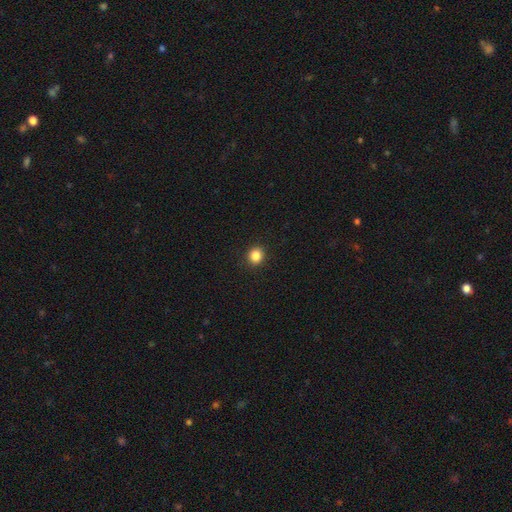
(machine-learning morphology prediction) type=smooth (86%); roundness=round (83%); merging=none (92%).